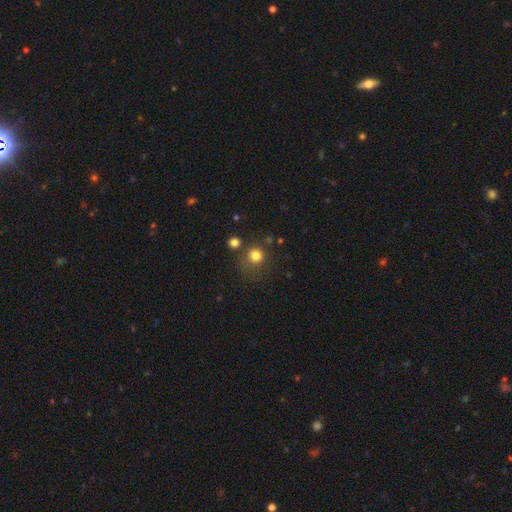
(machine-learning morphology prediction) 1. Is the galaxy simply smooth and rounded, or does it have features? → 80% smooth, 13% star or artifact, 7% featured or disk.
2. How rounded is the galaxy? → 89% round, 10% in between, 1% cigar-shaped.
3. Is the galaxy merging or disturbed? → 65% none, 15% minor disturbance, 10% merger, 9% major disturbance.